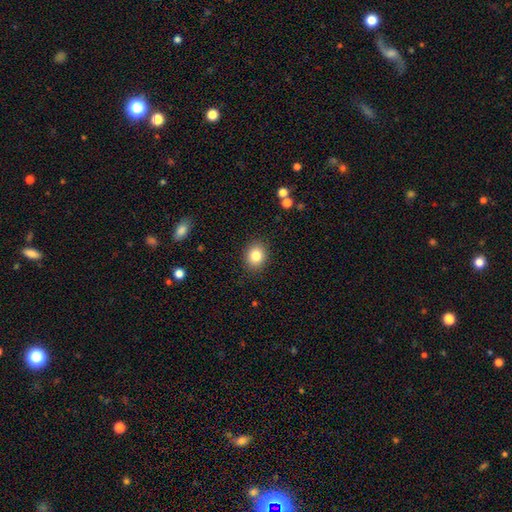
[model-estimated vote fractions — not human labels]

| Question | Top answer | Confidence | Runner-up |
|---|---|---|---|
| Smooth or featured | smooth | 83% | star or artifact (10%) |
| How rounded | round | 65% | in between (34%) |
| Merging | none | 89% | minor disturbance (8%) |